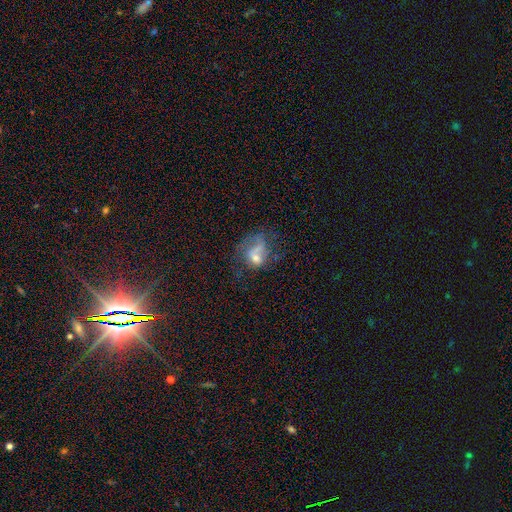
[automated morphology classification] The model was most divided on "smooth or featured": smooth: 45%, featured or disk: 42%, star or artifact: 13%. Remaining: merging — major disturbance (32%).